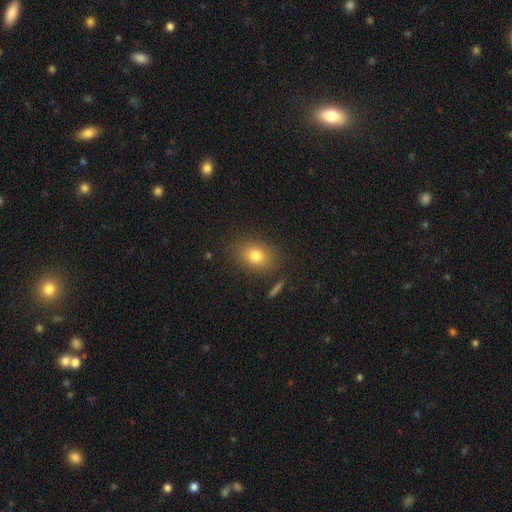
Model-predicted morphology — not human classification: The model was most divided on "how rounded": in between: 54%, round: 44%, cigar-shaped: 1%. More confident: merging — none (84%); smooth or featured — smooth (78%).